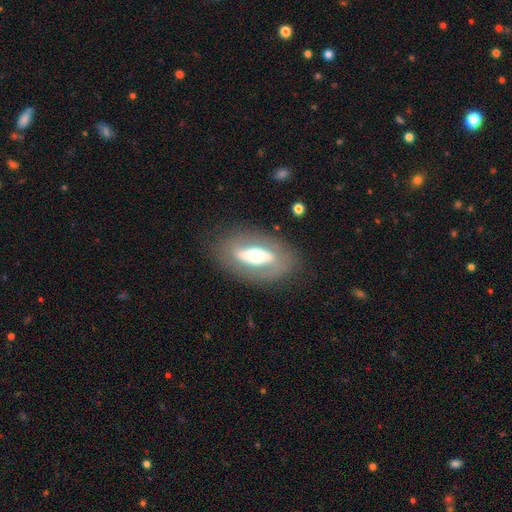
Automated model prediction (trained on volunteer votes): This is likely a featured or disk galaxy (67%). It is likely not viewed edge-on (80%). Bar: possibly strong (55%). Spiral arm pattern: possibly no (59%). Central bulge: likely moderate (61%). Merging: likely none (79%).